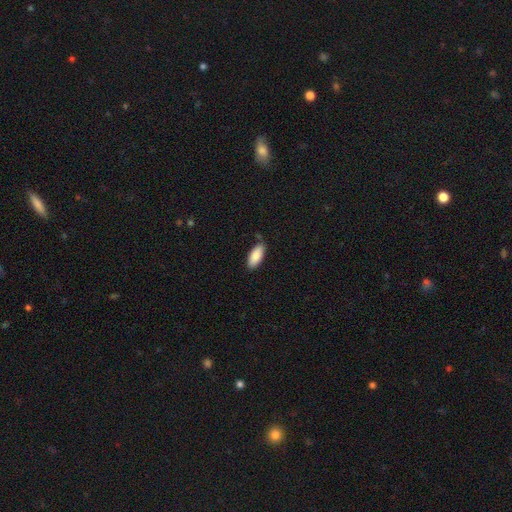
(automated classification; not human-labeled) Morphology: type=smooth (87%); roundness=in between (84%); merging=none (81%).